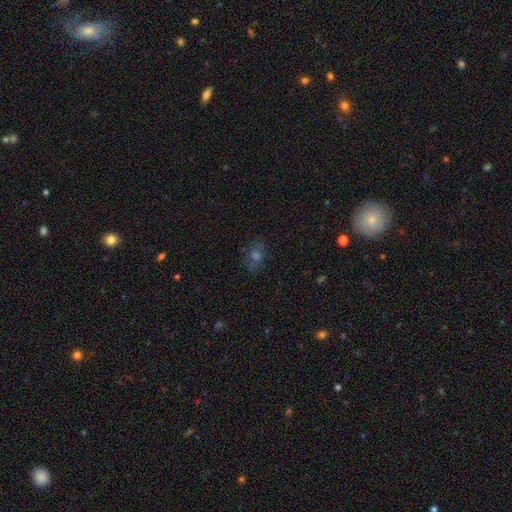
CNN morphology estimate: Smooth or featured? smooth (48%)
Merging? none (80%)